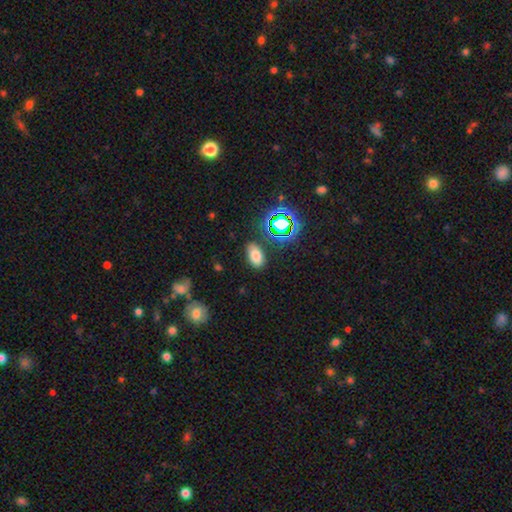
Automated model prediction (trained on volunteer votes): Overall: smooth (72%). How rounded: in between (90%). Merging: none (82%).